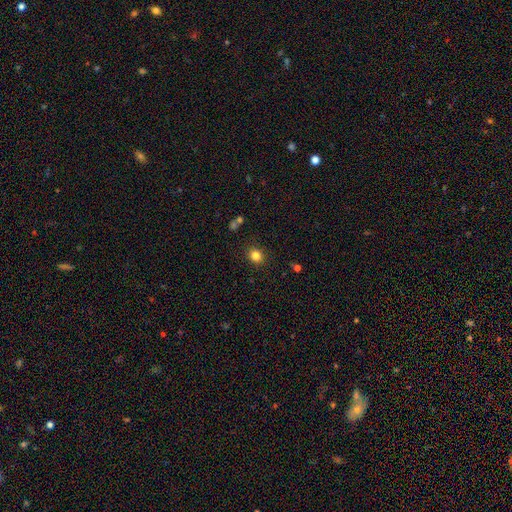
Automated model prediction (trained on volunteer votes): Q: Smooth or featured?
A: smooth (82%); runner-up: star or artifact (12%)
Q: How rounded?
A: round (76%); runner-up: in between (23%)
Q: Merging?
A: none (89%); runner-up: minor disturbance (7%)